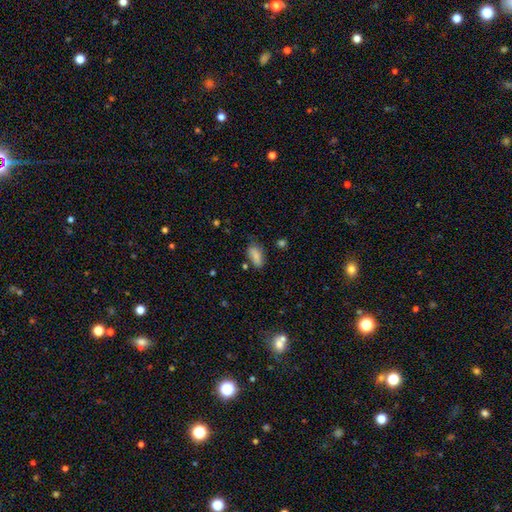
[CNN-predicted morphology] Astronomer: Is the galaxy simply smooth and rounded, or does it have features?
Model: smooth — 80%.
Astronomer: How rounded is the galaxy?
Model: in between — 90%.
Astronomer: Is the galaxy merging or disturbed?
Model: none — 61%.